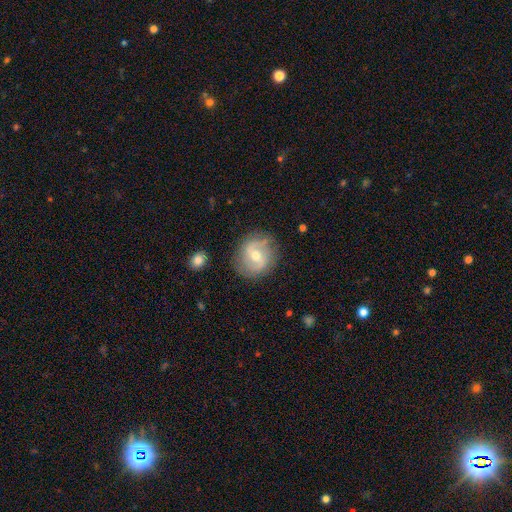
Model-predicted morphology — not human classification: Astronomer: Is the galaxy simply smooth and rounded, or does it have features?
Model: featured or disk — 68%.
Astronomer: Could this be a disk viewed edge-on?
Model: no — 97%.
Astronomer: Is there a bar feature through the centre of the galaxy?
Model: weak — 51% (runner-up: no, 31%).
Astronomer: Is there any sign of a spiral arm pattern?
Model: yes — 86%.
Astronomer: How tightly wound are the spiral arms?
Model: medium — 47% (runner-up: loose, 29%).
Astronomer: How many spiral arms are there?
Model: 2 — 85%.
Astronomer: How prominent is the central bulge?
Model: moderate — 63%.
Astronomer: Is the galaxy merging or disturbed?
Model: none — 80%.